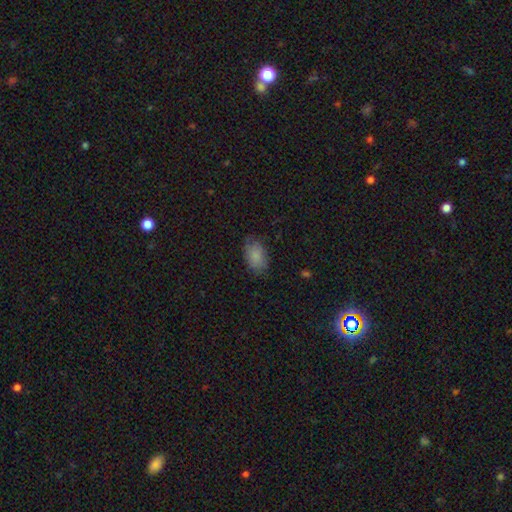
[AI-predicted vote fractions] A smooth galaxy with no disk features (85%) that is in between round and cigar-shaped (90%).

Vote fractions:
- Smooth or featured? smooth: 85% / star or artifact: 8% / featured or disk: 8%
- How rounded? in between: 90% / round: 8% / cigar-shaped: 2%
- Merging? none: 76% / minor disturbance: 18% / major disturbance: 5% / merger: 1%